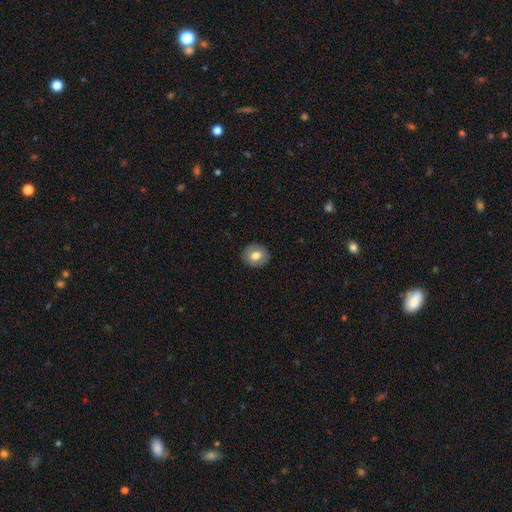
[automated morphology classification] Q: Smooth or featured?
A: smooth (74%); runner-up: featured or disk (19%)
Q: How rounded?
A: round (77%); runner-up: in between (22%)
Q: Merging?
A: none (90%); runner-up: minor disturbance (7%)